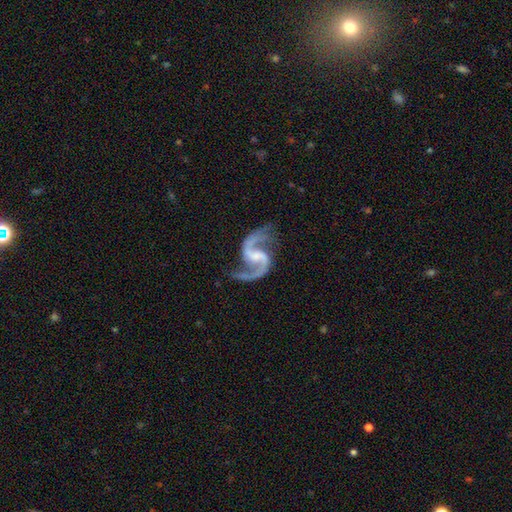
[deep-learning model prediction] A featured or disk galaxy (94%) with a weak bar (52%), 2 (94%) medium (47%) spiral arms (98%) and a small central bulge (39%).

Vote fractions:
- Smooth or featured? featured or disk: 94% / star or artifact: 4% / smooth: 2%
- Edge-on disk? no: 98% / yes: 2%
- Bar? weak: 52% / no: 25% / strong: 23%
- Spiral arms? yes: 98% / no: 2%
- Spiral winding? medium: 47% / loose: 46% / tight: 6%
- Spiral arm count? 2: 94% / 1: 1% / can't tell: 1% / 3: 1% / 4: 1% / more than 4: 1%
- Bulge size? small: 39% / none: 34% / moderate: 23% / large: 3% / dominant: 1%
- Merging? none: 72% / minor disturbance: 16% / major disturbance: 9% / merger: 2%